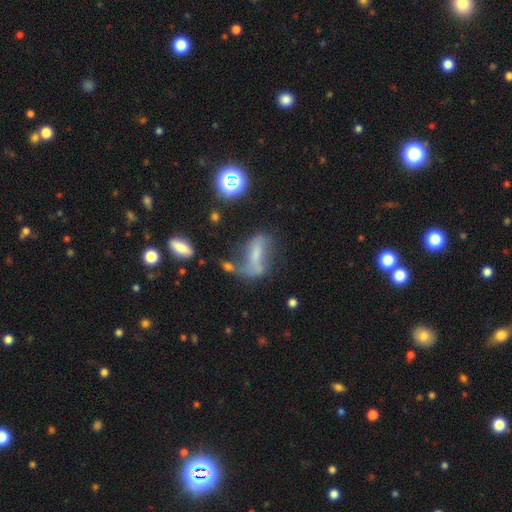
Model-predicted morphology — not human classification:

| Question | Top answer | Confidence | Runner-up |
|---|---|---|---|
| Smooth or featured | featured or disk | 48% | smooth (34%) |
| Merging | none | 32% | major disturbance (29%) |